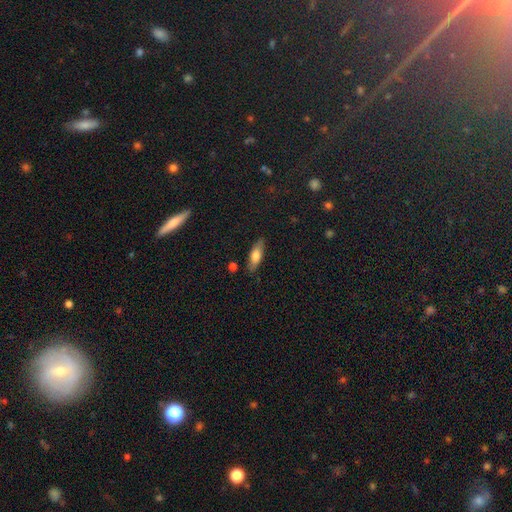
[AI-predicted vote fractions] Smooth or featured? smooth (67%)
How rounded? in between (52%)
Merging? none (83%)